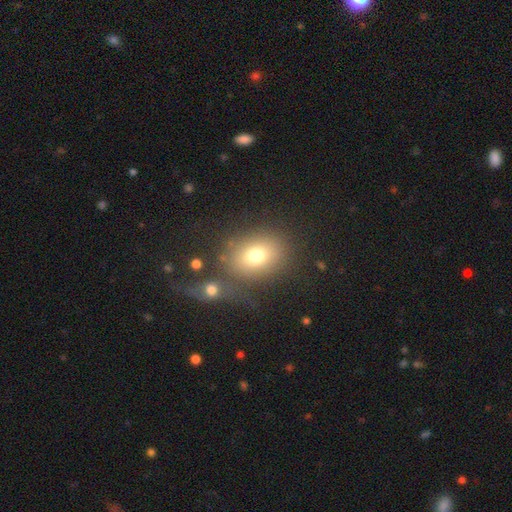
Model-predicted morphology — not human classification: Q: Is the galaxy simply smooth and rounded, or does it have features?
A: smooth — 75%.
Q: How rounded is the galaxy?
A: in between — 57%.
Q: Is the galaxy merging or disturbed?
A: none — 63%.